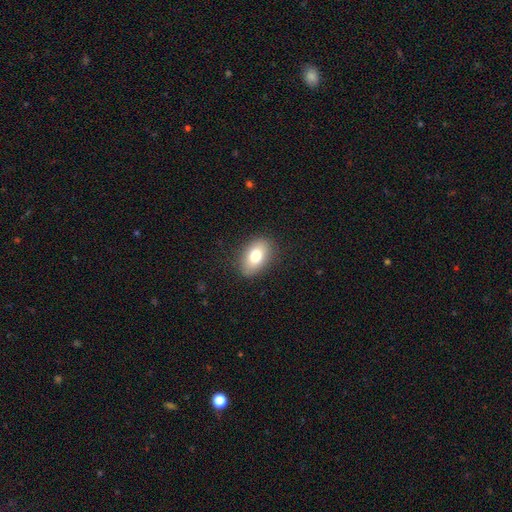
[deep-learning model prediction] This is likely a smooth galaxy (77%). How rounded: clearly in between (87%). Merging: clearly none (86%).